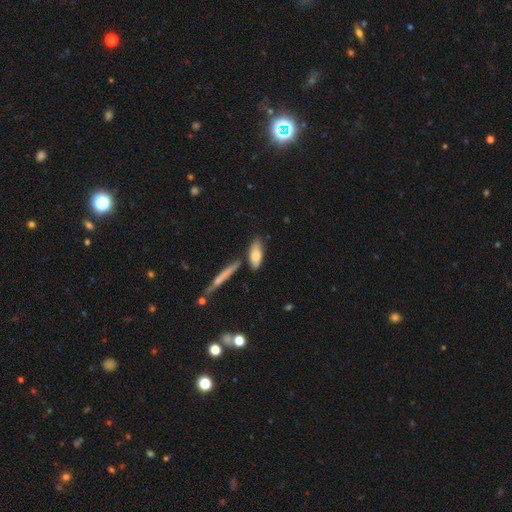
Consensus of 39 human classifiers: A smooth galaxy with no disk features (77%) that is in between round and cigar-shaped (70%). Merging: none (53%).